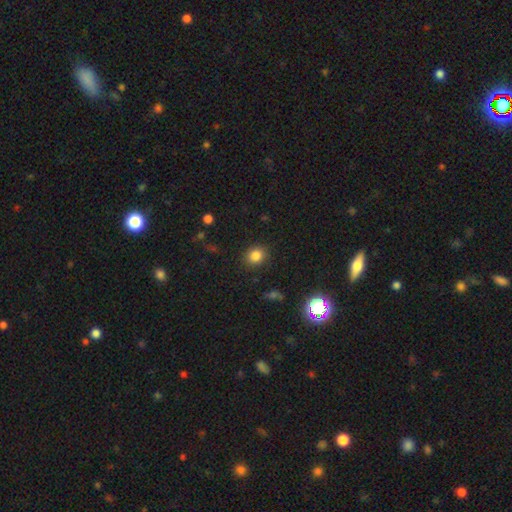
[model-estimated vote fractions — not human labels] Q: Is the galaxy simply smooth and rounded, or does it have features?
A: smooth — 83%.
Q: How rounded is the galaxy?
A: round — 67%.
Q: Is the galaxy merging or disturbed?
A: none — 87%.